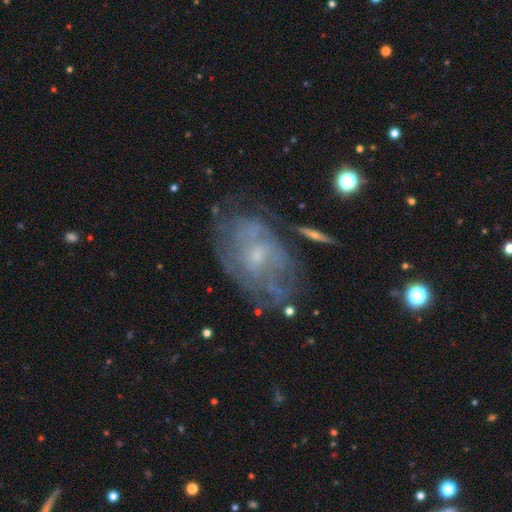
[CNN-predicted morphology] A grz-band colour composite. It shows a featured or disk galaxy (69%) with no bar (66%), spiral arms (61%) and a small central bulge (66%). Merging: none (59%).